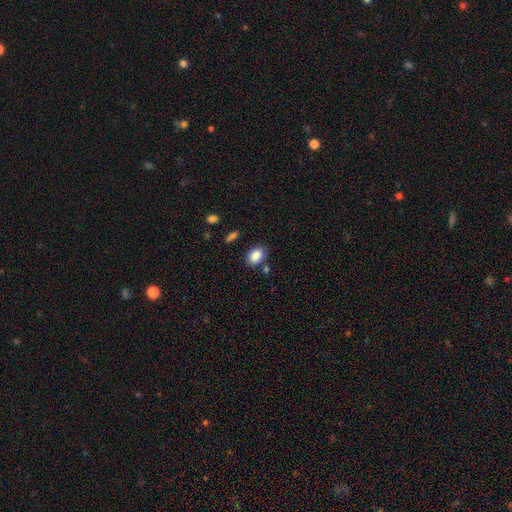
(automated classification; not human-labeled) smooth 87%, star or artifact 8%, featured or disk 5%. Down the decision tree: how rounded — in between (78%); merging — none (77%).